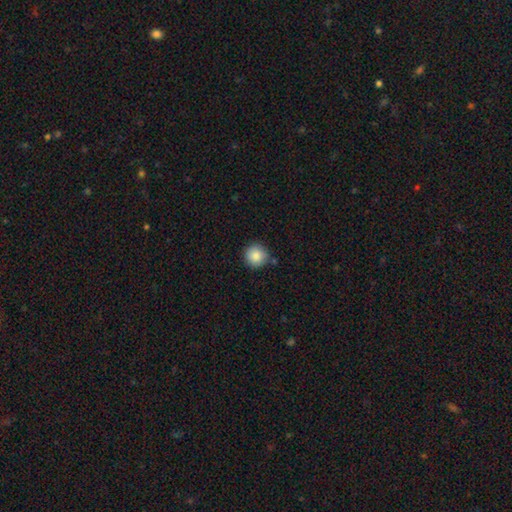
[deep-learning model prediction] Smooth or featured: smooth — 87% (star or artifact — 8%)
How rounded: round — 95% (in between — 4%)
Merging: none — 83% (minor disturbance — 11%)